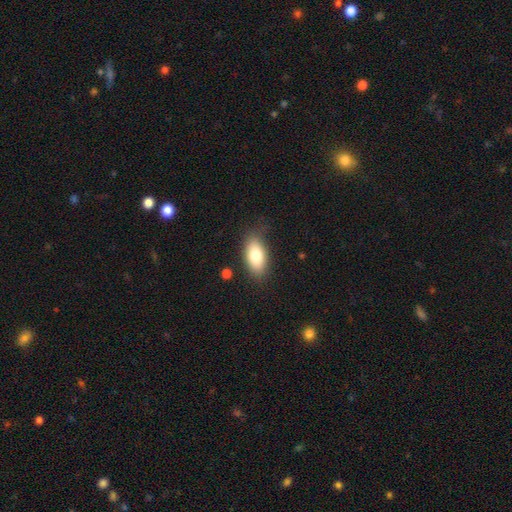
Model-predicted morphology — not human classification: Smooth or featured: smooth — 80% (featured or disk — 14%)
How rounded: in between — 90% (cigar-shaped — 7%)
Merging: none — 78% (minor disturbance — 16%)